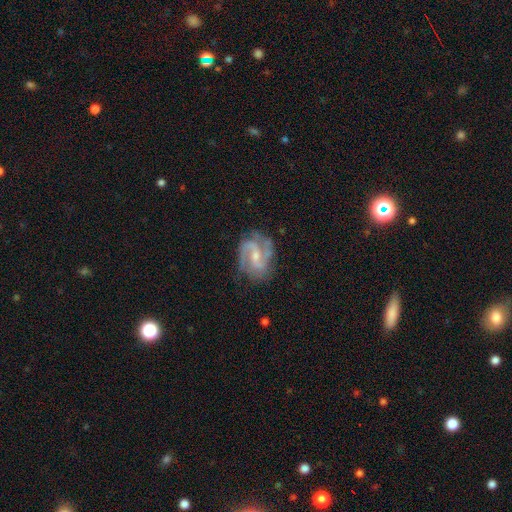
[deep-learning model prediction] Smooth or featured? Predicted: featured or disk (p=0.88). Edge-on disk? Predicted: no (p=0.98). Bar? Predicted: weak (p=0.54). Spiral arms? Predicted: yes (p=0.97). Spiral winding? Predicted: medium (p=0.56). Spiral arm count? Predicted: 2 (p=0.81). Bulge size? Predicted: small (p=0.48). Merging? Predicted: none (p=0.72).